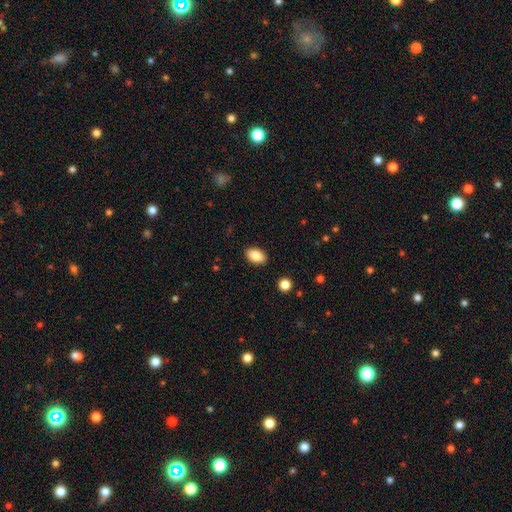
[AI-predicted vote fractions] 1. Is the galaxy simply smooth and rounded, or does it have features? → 86% smooth, 8% star or artifact, 6% featured or disk.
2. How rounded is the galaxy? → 90% in between, 8% round, 1% cigar-shaped.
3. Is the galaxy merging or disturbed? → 89% none, 8% minor disturbance, 2% major disturbance, 1% merger.